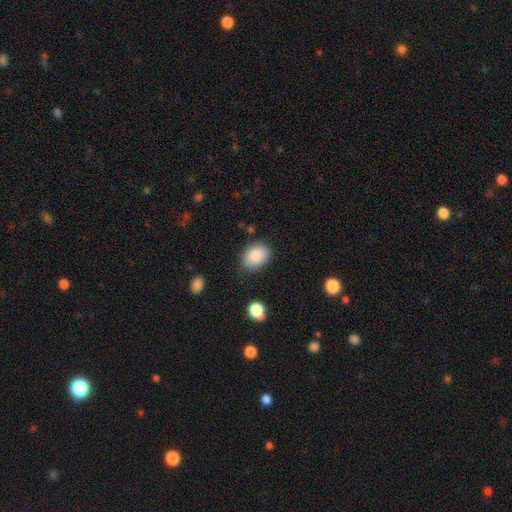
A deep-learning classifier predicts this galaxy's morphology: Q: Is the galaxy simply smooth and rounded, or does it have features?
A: smooth — 86%.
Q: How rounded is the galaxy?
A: in between — 74%.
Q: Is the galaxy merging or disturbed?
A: none — 77%.